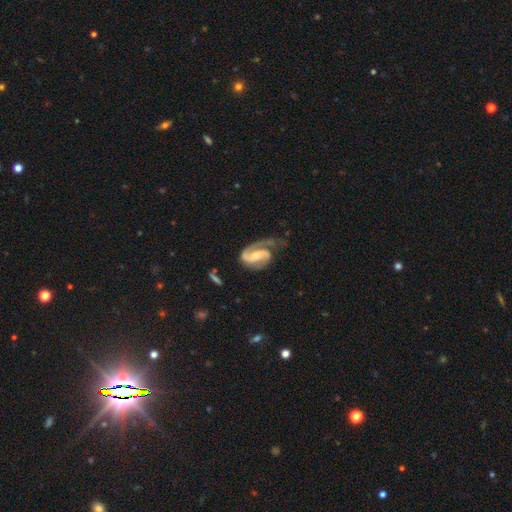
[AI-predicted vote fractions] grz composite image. It shows a featured or disk galaxy (88%) with a weak bar (40%), 2 (72%) medium (50%) spiral arms (97%) and a small central bulge (48%). Merging: none (45%).